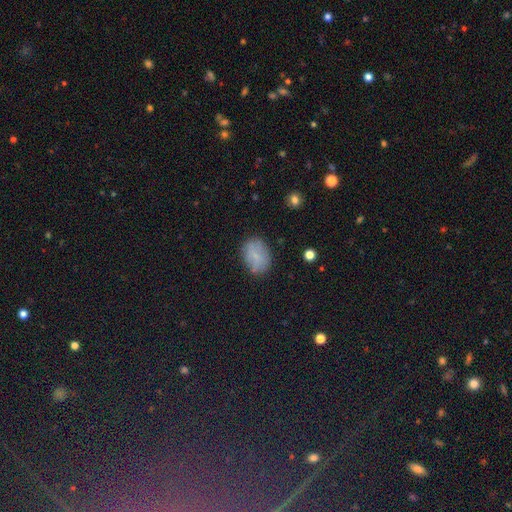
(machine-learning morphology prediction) Smooth or featured? smooth (71%)
How rounded? in between (72%)
Merging? none (78%)